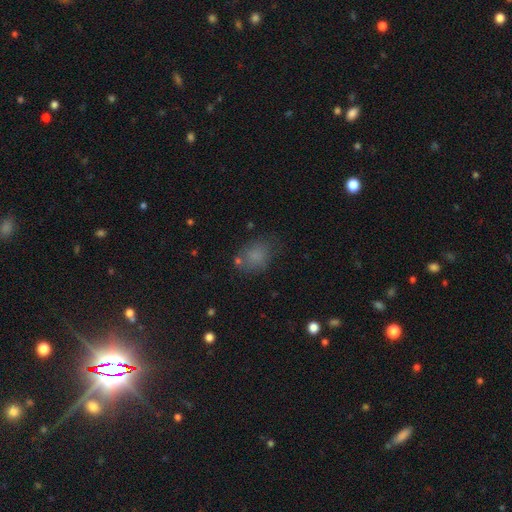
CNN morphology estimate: smooth-or-featured: smooth: 77% | star or artifact: 14% | featured or disk: 9%
  how-rounded: in between: 57% | round: 42% | cigar-shaped: 1%
  merging: none: 64% | minor disturbance: 21% | major disturbance: 9% | merger: 5%